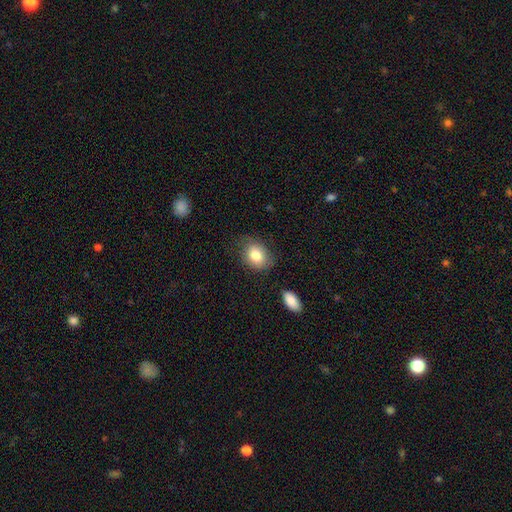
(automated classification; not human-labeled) Overall: smooth (82%). How rounded: in between (56%; round 43%). Merging: none (72%).